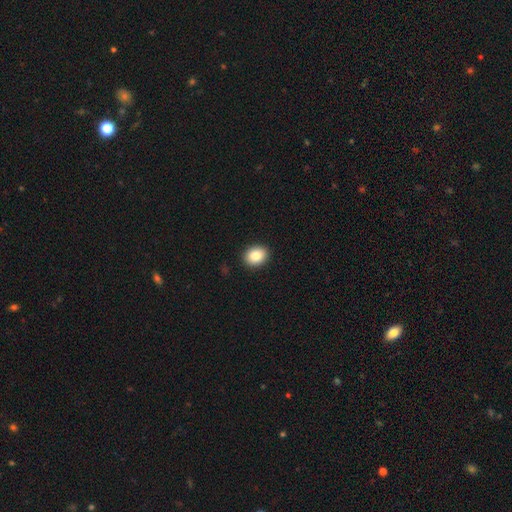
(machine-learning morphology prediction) Smooth or featured?
  - smooth: 84% *
  - star or artifact: 9%
  - featured or disk: 7%
How rounded?
  - round: 56% *
  - in between: 44%
  - cigar-shaped: 1%
Merging?
  - none: 92% *
  - minor disturbance: 6%
  - major disturbance: 2%
  - merger: 1%